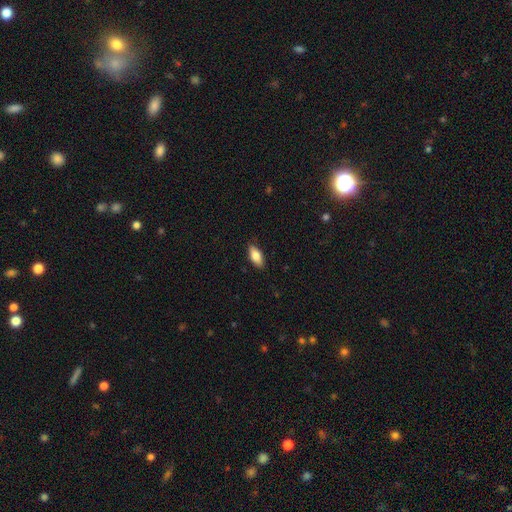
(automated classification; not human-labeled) Smooth or featured? smooth (81%)
How rounded? in between (84%)
Merging? none (87%)